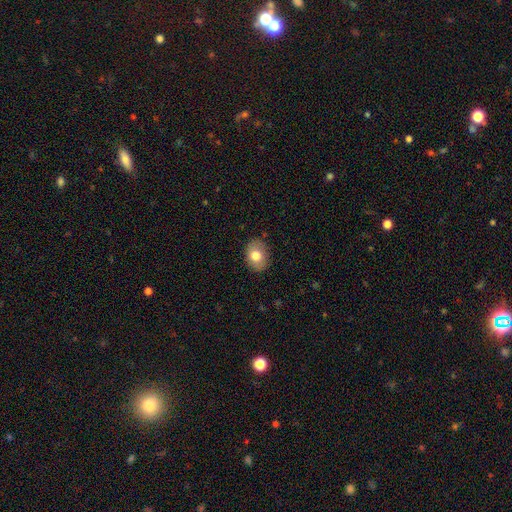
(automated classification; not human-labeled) smooth 78%, featured or disk 15%, star or artifact 8%. Down the decision tree: how rounded — in between (69%); merging — none (85%).